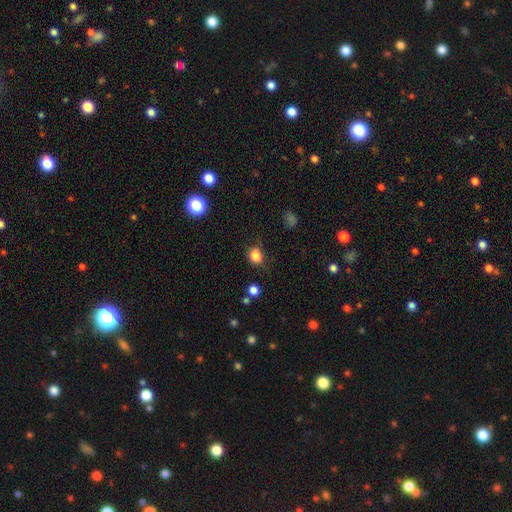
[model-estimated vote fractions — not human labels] Smooth or featured?
  - smooth: 83% *
  - star or artifact: 12%
  - featured or disk: 5%
How rounded?
  - round: 76% *
  - in between: 23%
  - cigar-shaped: 1%
Merging?
  - none: 75% *
  - minor disturbance: 18%
  - major disturbance: 4%
  - merger: 3%